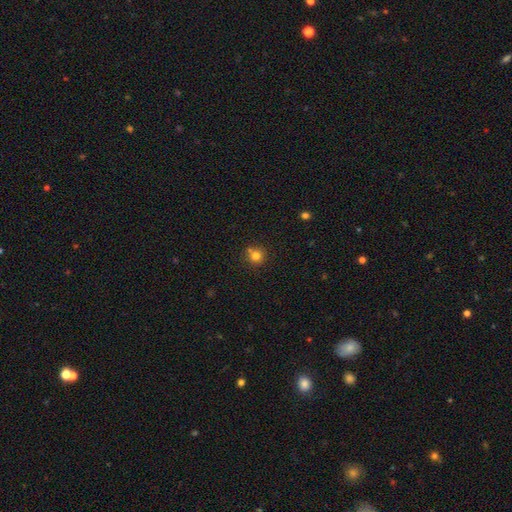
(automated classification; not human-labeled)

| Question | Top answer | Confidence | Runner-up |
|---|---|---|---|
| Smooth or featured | smooth | 79% | star or artifact (13%) |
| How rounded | round | 91% | in between (8%) |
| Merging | none | 69% | merger (18%) |